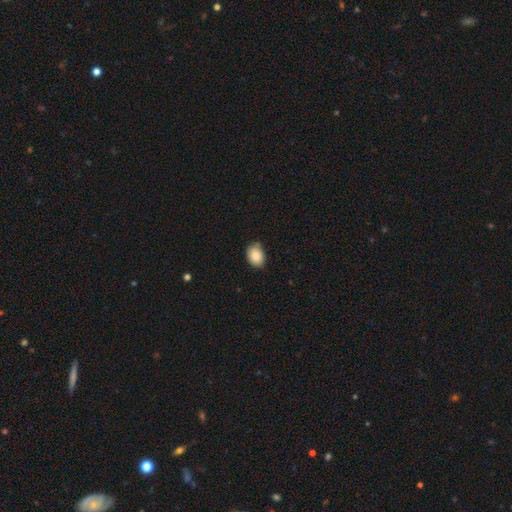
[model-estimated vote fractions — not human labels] A smooth galaxy with no disk features (87%) that is in between round and cigar-shaped (70%). Merging: none (78%).